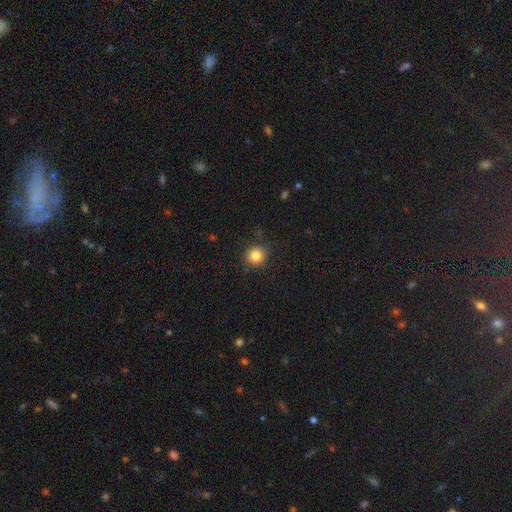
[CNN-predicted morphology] A smooth galaxy with no disk features (83%) that is round (89%). Merging: none (86%).